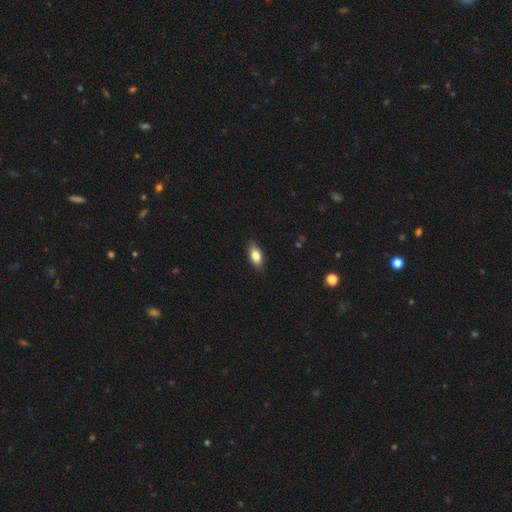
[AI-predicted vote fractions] This is clearly a smooth galaxy (81%). How rounded: clearly in between (87%). Merging: clearly none (87%).